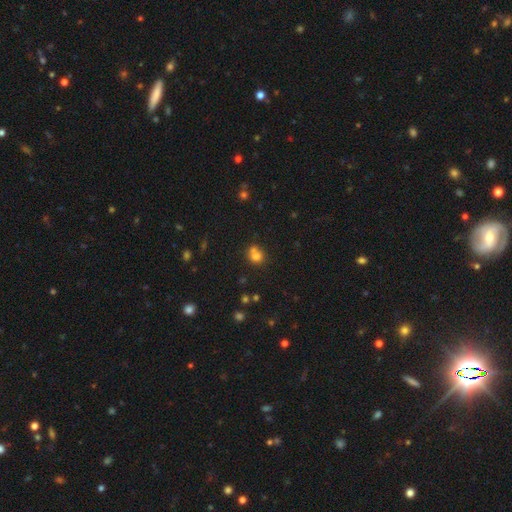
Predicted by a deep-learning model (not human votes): This appears to be a smooth galaxy with no disk features (73%) that is round (75%). Merging: merger (45%).